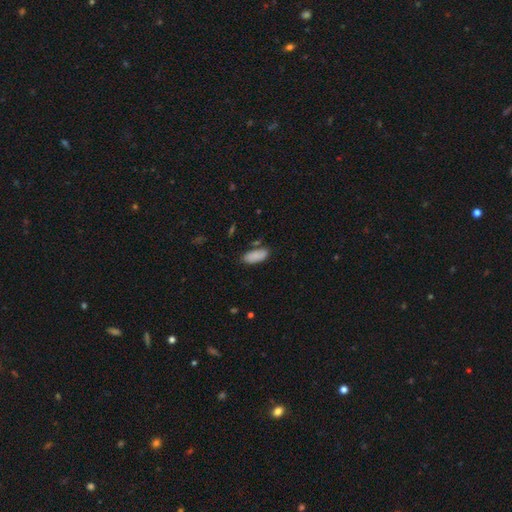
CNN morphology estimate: The model was most divided on "merging": none: 73%, minor disturbance: 18%, merger: 6%, major disturbance: 4%. More confident: how rounded — in between (88%); smooth or featured — smooth (86%).